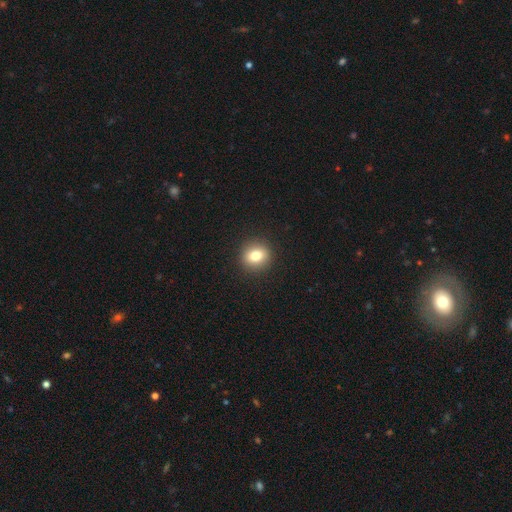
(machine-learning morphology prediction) This is likely a smooth galaxy (80%). How rounded: clearly round (80%). Merging: clearly none (91%).